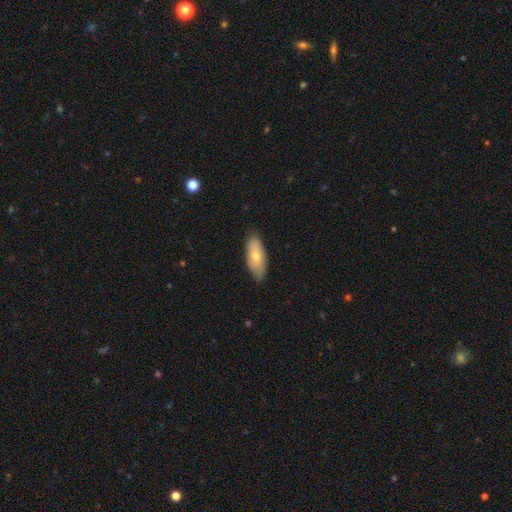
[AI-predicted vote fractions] A smooth galaxy with no disk features (67%) that is in between round and cigar-shaped (81%). Merging: none (75%).